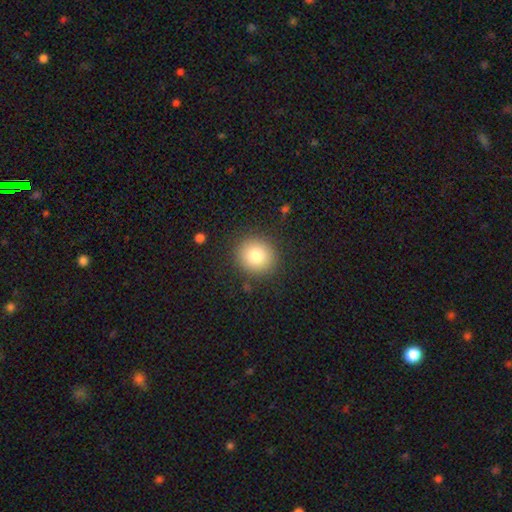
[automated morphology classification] A smooth galaxy with no disk features (80%) that is round (89%).

Vote fractions:
- Smooth or featured? smooth: 80% / star or artifact: 10% / featured or disk: 9%
- How rounded? round: 89% / in between: 10% / cigar-shaped: 1%
- Merging? none: 88% / minor disturbance: 8% / major disturbance: 3% / merger: 1%